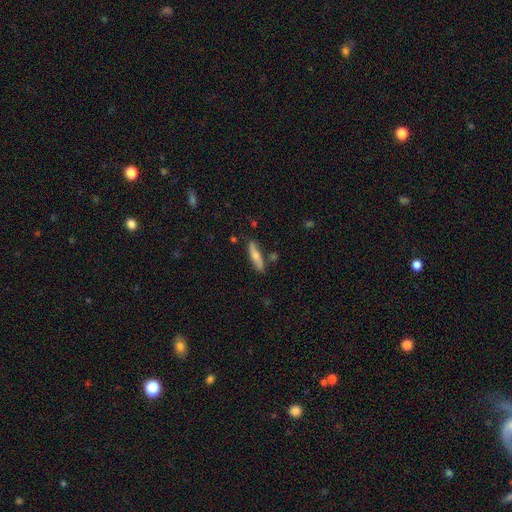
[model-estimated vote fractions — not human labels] The model was most divided on "smooth or featured": smooth: 58%, featured or disk: 36%, star or artifact: 6%. More confident: merging — none (81%); how rounded — cigar-shaped (75%).